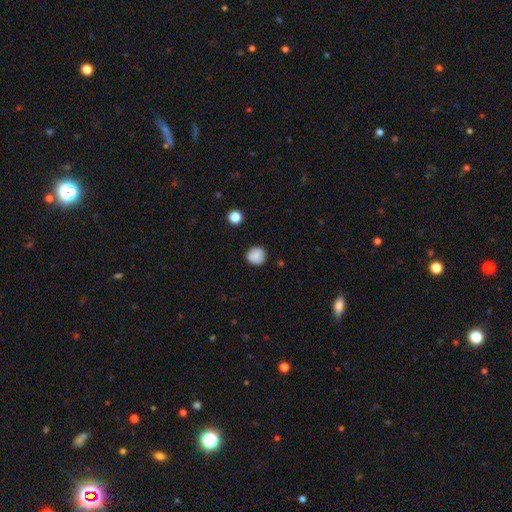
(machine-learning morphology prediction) Smooth or featured? Predicted: smooth (p=0.85). How rounded? Predicted: round (p=0.87). Merging? Predicted: none (p=0.82).